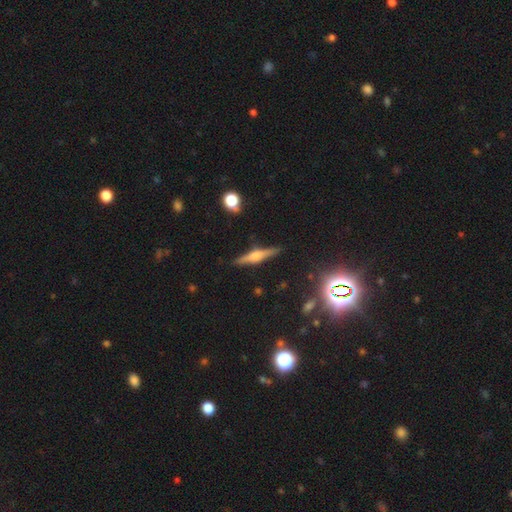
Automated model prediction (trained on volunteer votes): featured or disk 70%, smooth 21%, star or artifact 9%. Down the decision tree: edge-on disk — yes (97%); edge-on bulge — rounded (86%); merging — none (89%).